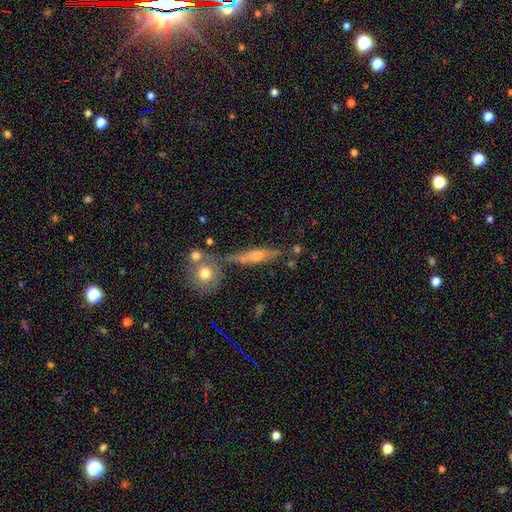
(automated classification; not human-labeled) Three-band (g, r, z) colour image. It shows a featured or disk galaxy (60%) viewed edge-on (90%) with a rounded central bulge (81%). Merging: none (70%).